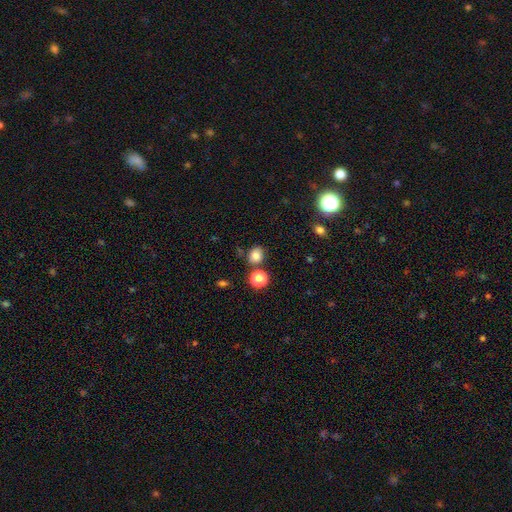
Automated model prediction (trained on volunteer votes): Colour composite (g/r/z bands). It shows a smooth galaxy with no disk features (81%) that is round (62%). Merging: none (74%).